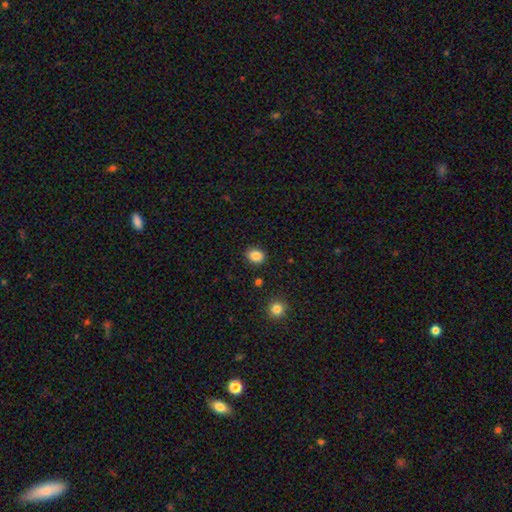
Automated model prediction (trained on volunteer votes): The model was most divided on "how rounded": round: 52%, in between: 47%, cigar-shaped: 1%. More confident: merging — none (88%); smooth or featured — smooth (87%).